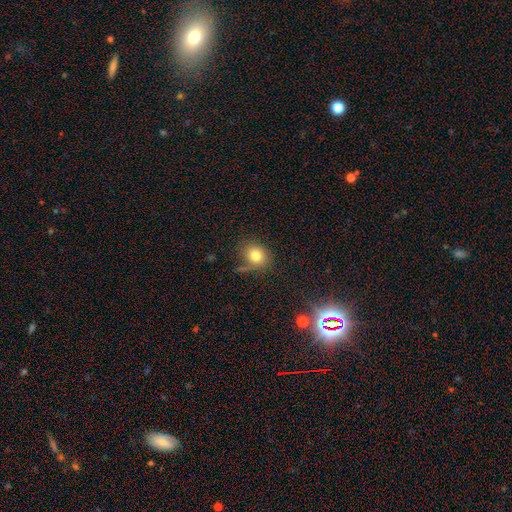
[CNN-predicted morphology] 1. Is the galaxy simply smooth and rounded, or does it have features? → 79% smooth, 12% star or artifact, 10% featured or disk.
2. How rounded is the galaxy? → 65% round, 33% in between, 1% cigar-shaped.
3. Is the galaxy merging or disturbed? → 67% none, 18% minor disturbance, 8% major disturbance, 7% merger.